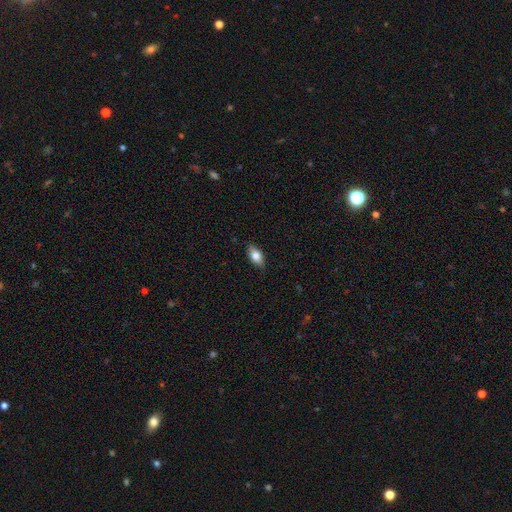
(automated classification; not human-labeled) Q: Smooth or featured?
A: smooth (76%); runner-up: featured or disk (17%)
Q: How rounded?
A: in between (88%); runner-up: cigar-shaped (7%)
Q: Merging?
A: none (84%); runner-up: minor disturbance (12%)